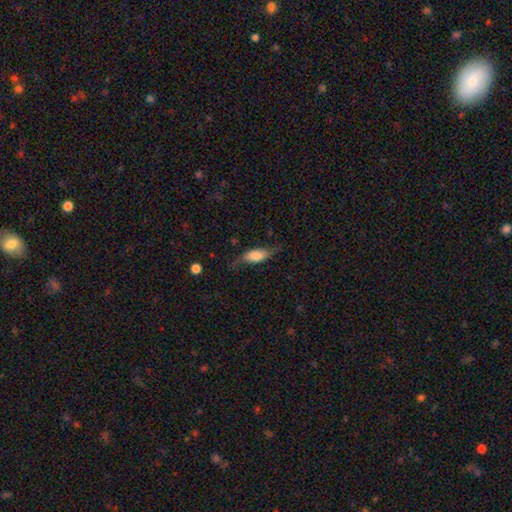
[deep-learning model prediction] Smooth or featured: smooth — 57% (featured or disk — 36%)
How rounded: in between — 76% (cigar-shaped — 19%)
Merging: none — 60% (minor disturbance — 26%)